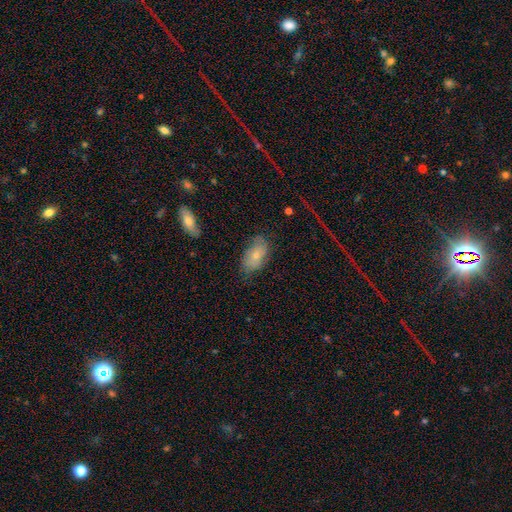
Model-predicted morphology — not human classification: Smooth or featured?
  - smooth: 68% *
  - featured or disk: 25%
  - star or artifact: 8%
How rounded?
  - in between: 92% *
  - round: 5%
  - cigar-shaped: 3%
Merging?
  - none: 63% *
  - minor disturbance: 28%
  - major disturbance: 7%
  - merger: 2%